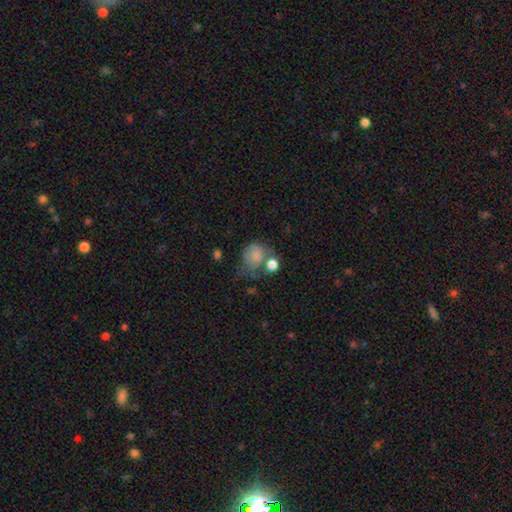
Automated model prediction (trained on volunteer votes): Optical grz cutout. It shows a smooth galaxy with no disk features (73%) that is round (68%). Merging: none (32%).